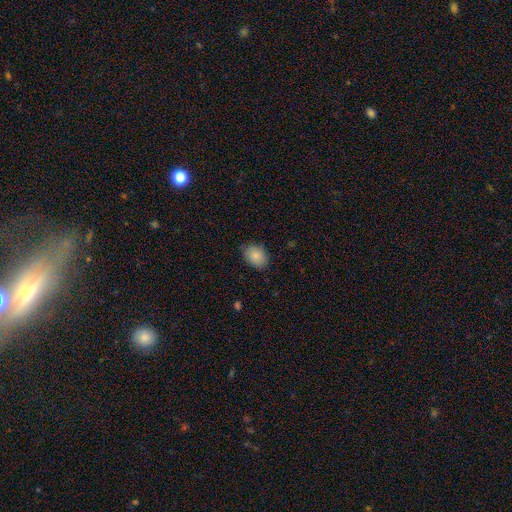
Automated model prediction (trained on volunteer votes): Smooth or featured: smooth — 86% (star or artifact — 8%)
How rounded: in between — 72% (round — 27%)
Merging: none — 82% (minor disturbance — 14%)